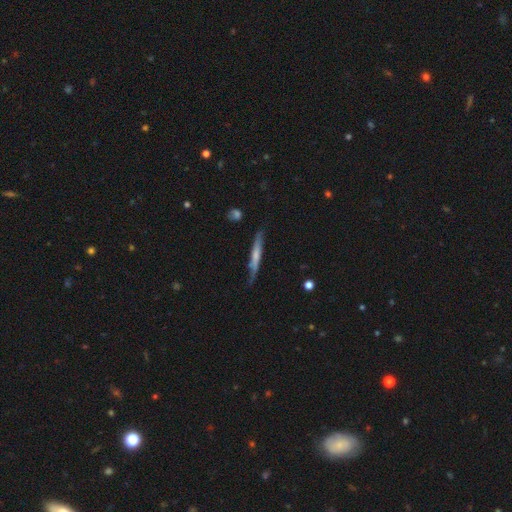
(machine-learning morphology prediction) A smooth galaxy with no disk features (49%).

Vote fractions:
- Smooth or featured? smooth: 49% / featured or disk: 46% / star or artifact: 5%
- Merging? none: 71% / minor disturbance: 22% / major disturbance: 5% / merger: 2%